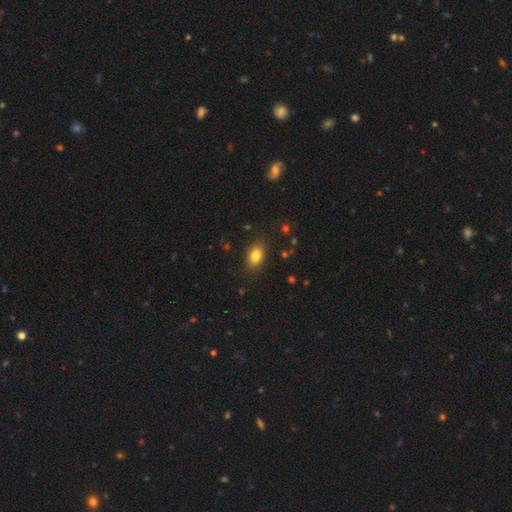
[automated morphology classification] The model was most divided on "how rounded": in between: 80%, round: 18%, cigar-shaped: 2%. More confident: merging — none (85%); smooth or featured — smooth (82%).